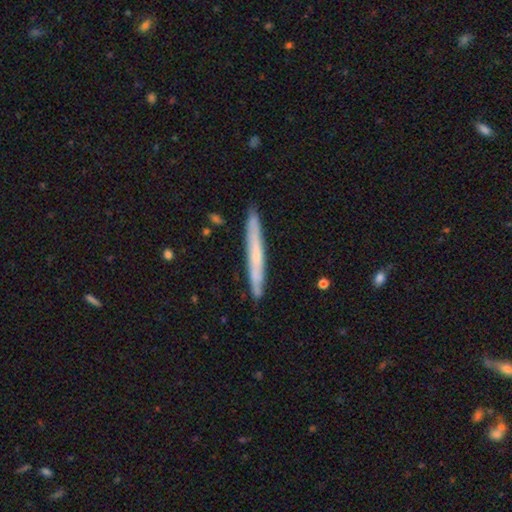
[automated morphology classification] smooth-or-featured: smooth: 50% | featured or disk: 44% | star or artifact: 6%
  merging: none: 88% | minor disturbance: 9% | merger: 2% | major disturbance: 2%